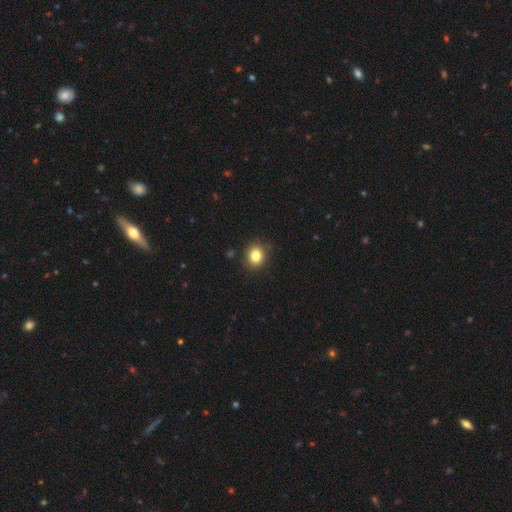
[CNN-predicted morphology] This appears to be a smooth galaxy with no disk features (82%) that is round (70%). Merging: none (87%).